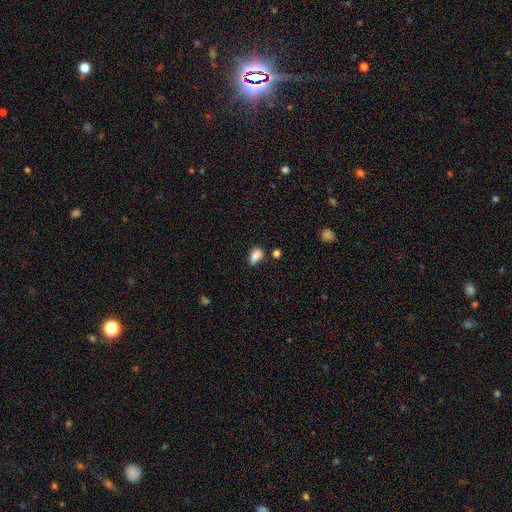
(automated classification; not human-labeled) Smooth or featured? smooth (83%)
How rounded? in between (84%)
Merging? none (49%)